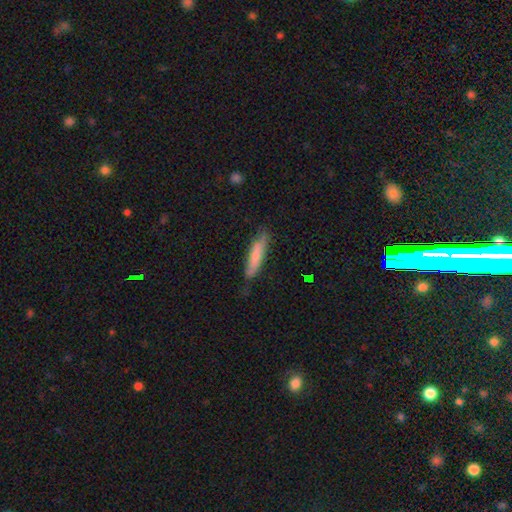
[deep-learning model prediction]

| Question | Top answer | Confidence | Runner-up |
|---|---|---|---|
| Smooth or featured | smooth | 74% | featured or disk (21%) |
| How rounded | cigar-shaped | 83% | in between (16%) |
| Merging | none | 71% | minor disturbance (22%) |